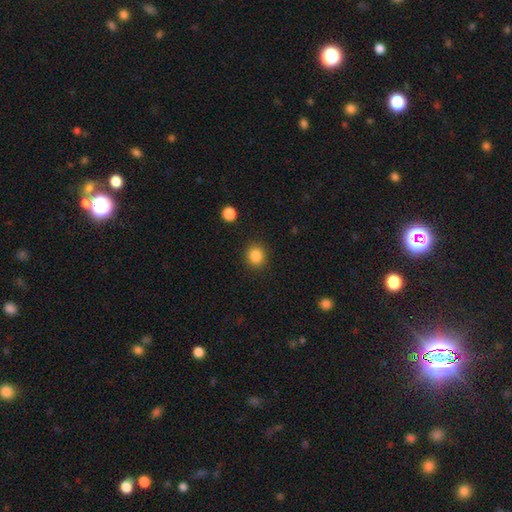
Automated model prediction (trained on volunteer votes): The model was most divided on "how rounded": round: 86%, in between: 13%, cigar-shaped: 1%. More confident: merging — none (90%); smooth or featured — smooth (86%).